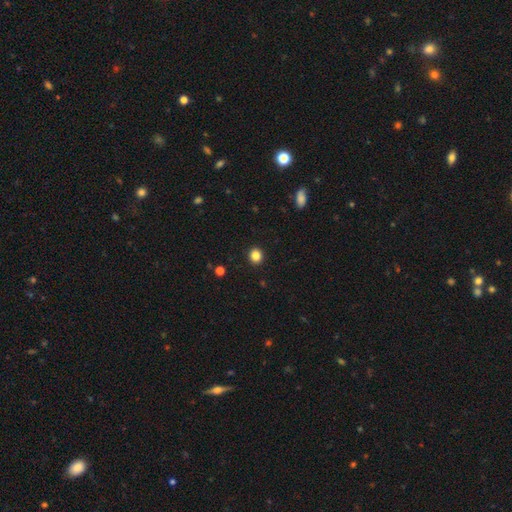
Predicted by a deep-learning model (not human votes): Q: Smooth or featured?
A: smooth (85%); runner-up: star or artifact (11%)
Q: How rounded?
A: round (84%); runner-up: in between (15%)
Q: Merging?
A: none (92%); runner-up: minor disturbance (5%)